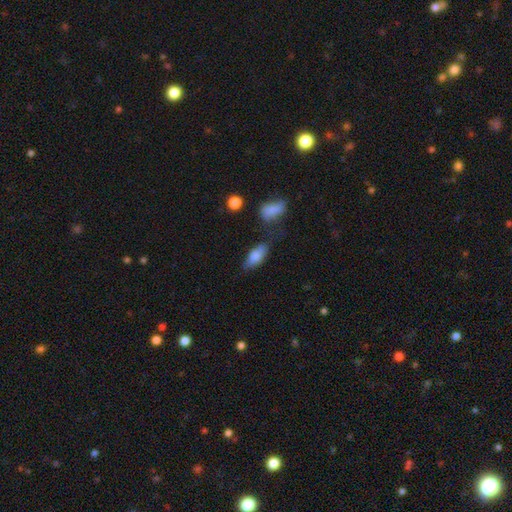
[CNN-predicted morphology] smooth-or-featured: smooth: 80% | featured or disk: 13% | star or artifact: 7%
  how-rounded: in between: 85% | cigar-shaped: 12% | round: 3%
  merging: none: 55% | minor disturbance: 25% | merger: 11% | major disturbance: 9%